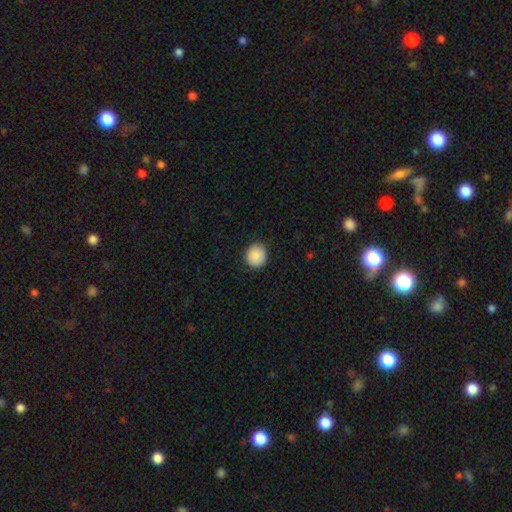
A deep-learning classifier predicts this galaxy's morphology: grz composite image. It shows a smooth galaxy with no disk features (90%) that is round (86%). Merging: none (89%).